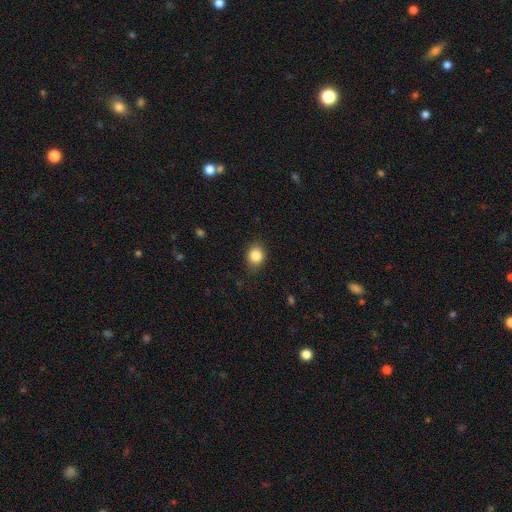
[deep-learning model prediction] smooth_or_featured: smooth (p=0.85) [alt: star or artifact p=0.10]
how_rounded: round (p=0.61) [alt: in between p=0.38]
merging: none (p=0.84) [alt: minor disturbance p=0.13]